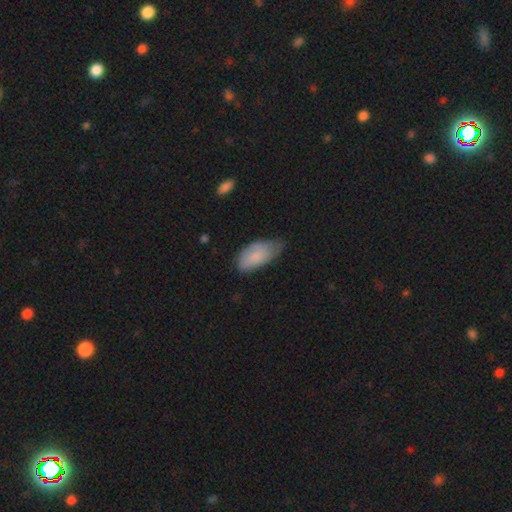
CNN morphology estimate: A smooth galaxy with no disk features (82%) that is in between round and cigar-shaped (93%). Merging: minor disturbance (45%).